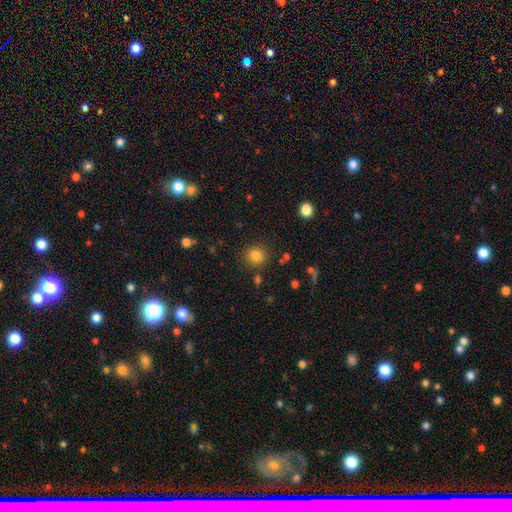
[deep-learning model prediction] The model was most divided on "smooth or featured": smooth: 82%, star or artifact: 12%, featured or disk: 6%. More confident: how rounded — round (91%); merging — none (87%).